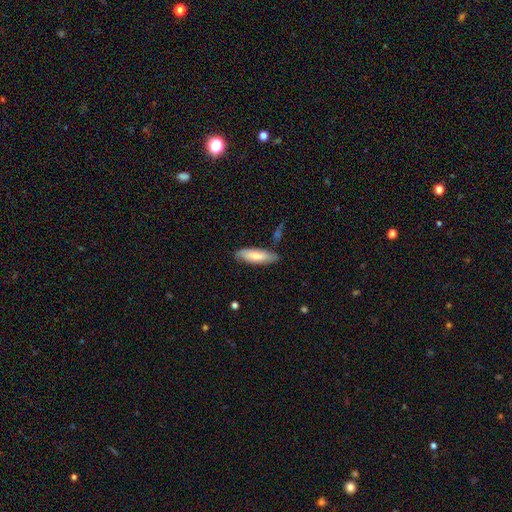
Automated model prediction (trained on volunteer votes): The model was most divided on "how rounded": in between: 53%, cigar-shaped: 46%, round: 2%. More confident: merging — none (79%); smooth or featured — smooth (69%).